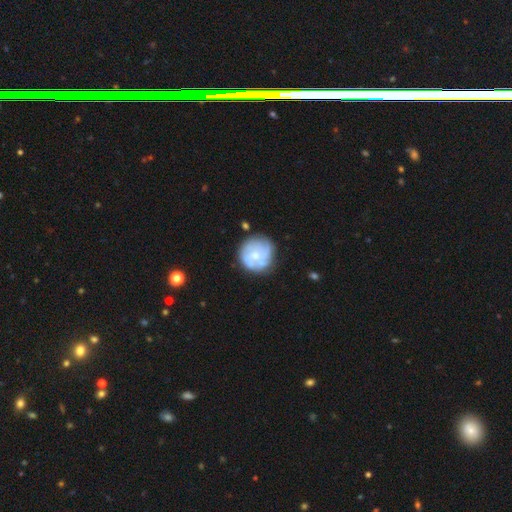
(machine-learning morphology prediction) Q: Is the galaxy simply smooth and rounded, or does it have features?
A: featured or disk — 58%.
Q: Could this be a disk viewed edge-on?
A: no — 98%.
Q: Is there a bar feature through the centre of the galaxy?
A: no — 82%.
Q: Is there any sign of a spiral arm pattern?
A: yes — 59%.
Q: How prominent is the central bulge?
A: small — 53%.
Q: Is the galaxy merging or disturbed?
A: none — 69%.